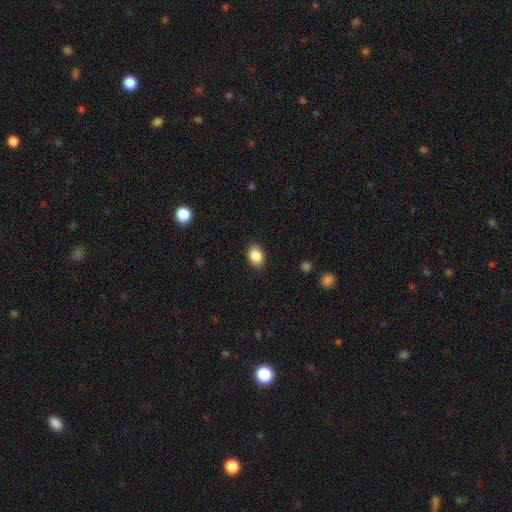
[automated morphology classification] type=smooth (86%); roundness=in between (81%); merging=none (87%).